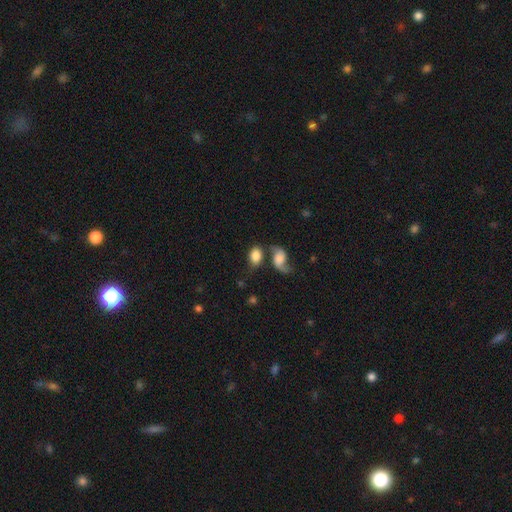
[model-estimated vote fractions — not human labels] smooth 66%, featured or disk 25%, star or artifact 9%. Down the decision tree: how rounded — in between (76%); merging — none (42%).